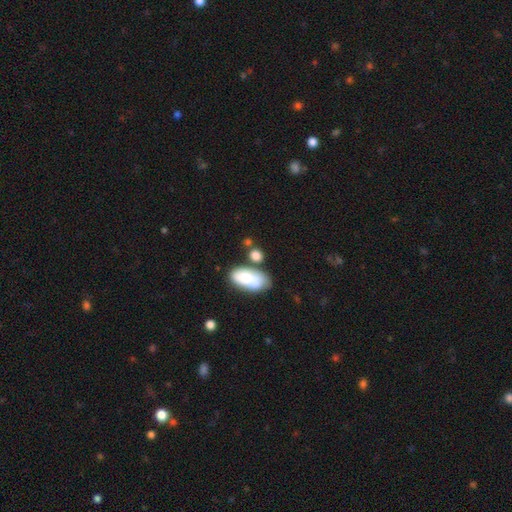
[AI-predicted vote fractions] The model was most divided on "merging": none: 50%, merger: 26%, minor disturbance: 17%, major disturbance: 7%. More confident: smooth or featured — smooth (79%); how rounded — in between (66%).